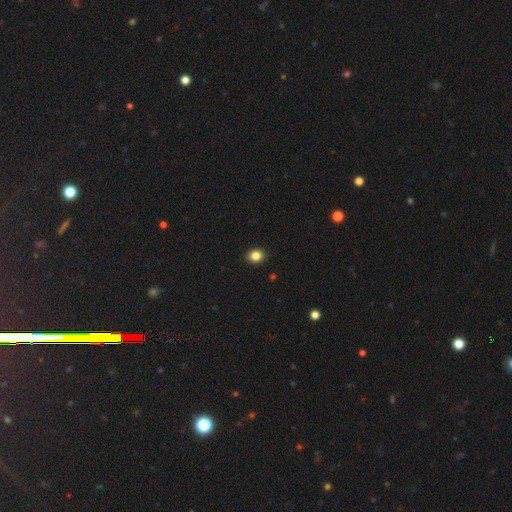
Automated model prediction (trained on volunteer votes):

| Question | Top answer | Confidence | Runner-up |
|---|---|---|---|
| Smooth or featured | smooth | 84% | star or artifact (11%) |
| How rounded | round | 57% | in between (42%) |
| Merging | none | 91% | minor disturbance (6%) |